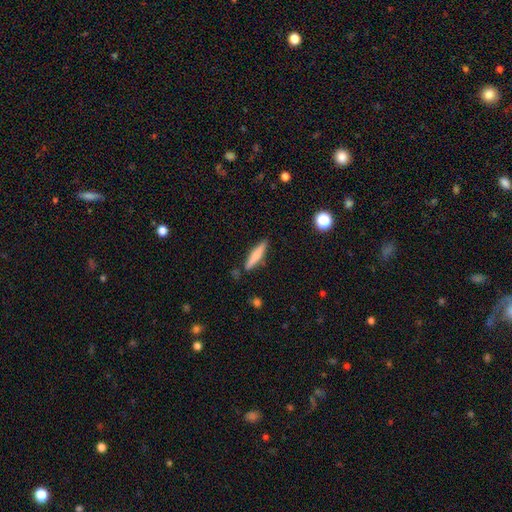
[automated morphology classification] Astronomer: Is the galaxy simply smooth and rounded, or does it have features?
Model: smooth — 70%.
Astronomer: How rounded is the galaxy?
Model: cigar-shaped — 87%.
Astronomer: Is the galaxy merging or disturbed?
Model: none — 84%.